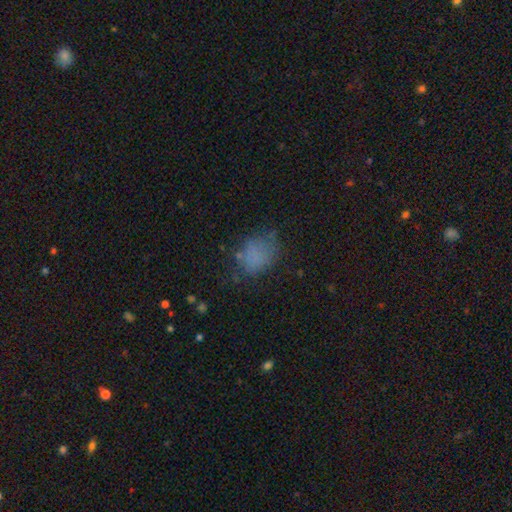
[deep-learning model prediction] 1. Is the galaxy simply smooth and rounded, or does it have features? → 71% smooth, 15% star or artifact, 14% featured or disk.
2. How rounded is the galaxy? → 57% in between, 42% round, 1% cigar-shaped.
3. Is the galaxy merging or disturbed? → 57% none, 24% minor disturbance, 15% major disturbance, 3% merger.